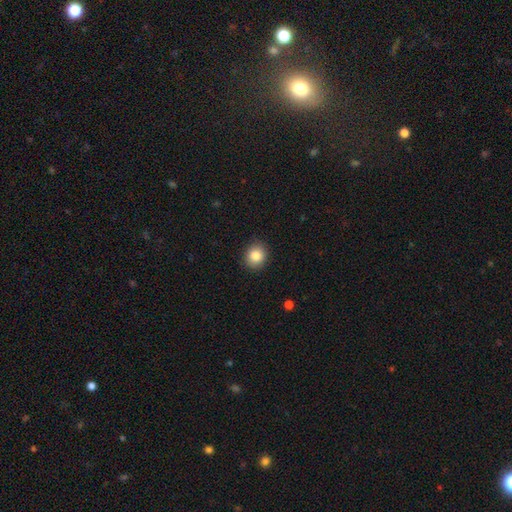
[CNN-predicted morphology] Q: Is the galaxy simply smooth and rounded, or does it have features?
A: smooth — 85%.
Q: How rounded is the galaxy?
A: round — 79%.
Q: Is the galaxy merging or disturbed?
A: none — 90%.